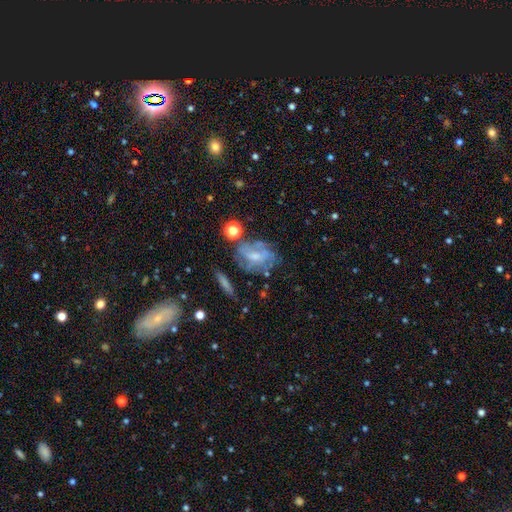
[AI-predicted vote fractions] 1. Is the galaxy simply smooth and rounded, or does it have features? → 56% featured or disk, 32% smooth, 11% star or artifact.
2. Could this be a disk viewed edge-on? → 94% no, 6% yes.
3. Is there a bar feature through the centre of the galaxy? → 59% no, 33% weak, 9% strong.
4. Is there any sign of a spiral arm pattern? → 51% no, 49% yes.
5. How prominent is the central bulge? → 43% small, 37% moderate, 14% none, 4% large, 1% dominant.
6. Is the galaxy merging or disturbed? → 47% none, 24% minor disturbance, 19% major disturbance, 10% merger.